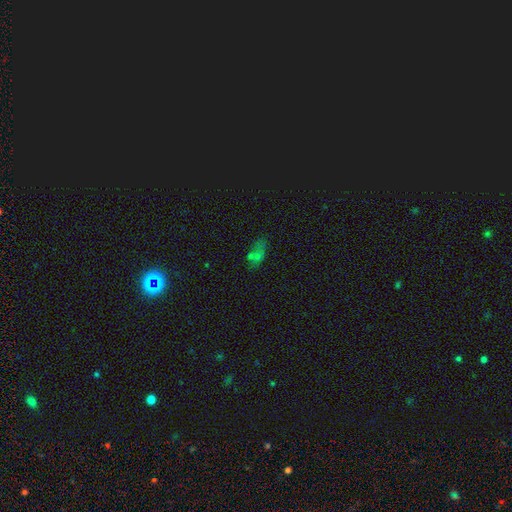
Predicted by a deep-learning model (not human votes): Q: Smooth or featured?
A: smooth (51%); runner-up: star or artifact (29%)
Q: How rounded?
A: in between (78%); runner-up: round (13%)
Q: Merging?
A: none (44%); runner-up: merger (23%)